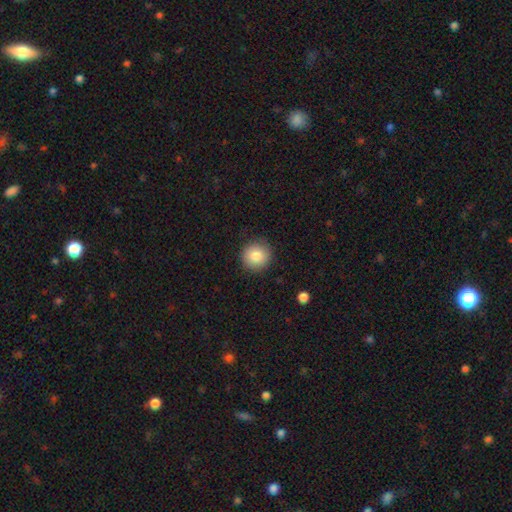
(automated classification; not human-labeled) This appears to be a smooth galaxy with no disk features (84%) that is round (93%). Merging: none (89%).